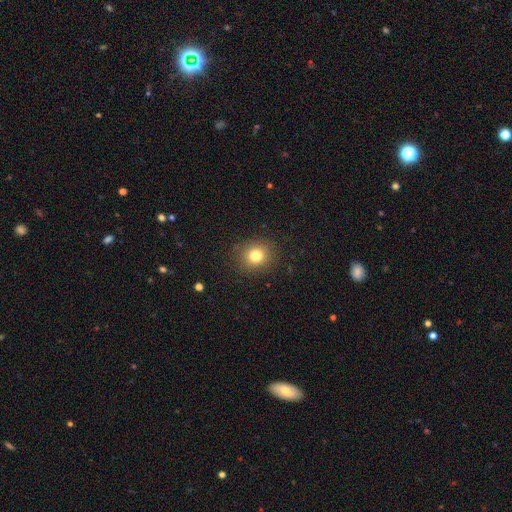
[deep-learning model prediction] Smooth or featured? Predicted: smooth (p=0.80). How rounded? Predicted: round (p=0.79). Merging? Predicted: none (p=0.88).